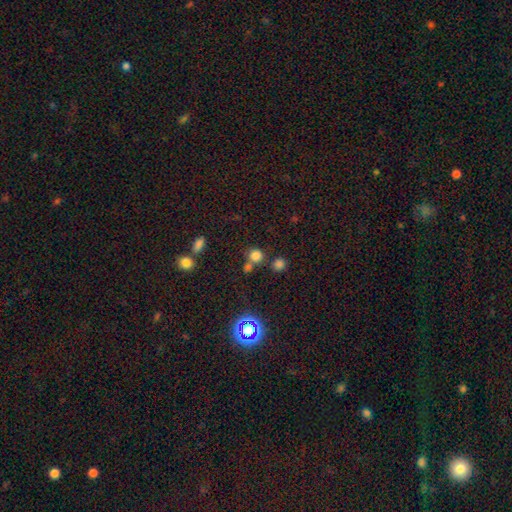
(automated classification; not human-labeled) Smooth or featured? Predicted: smooth (p=0.74). How rounded? Predicted: round (p=0.89). Merging? Predicted: none (p=0.64).